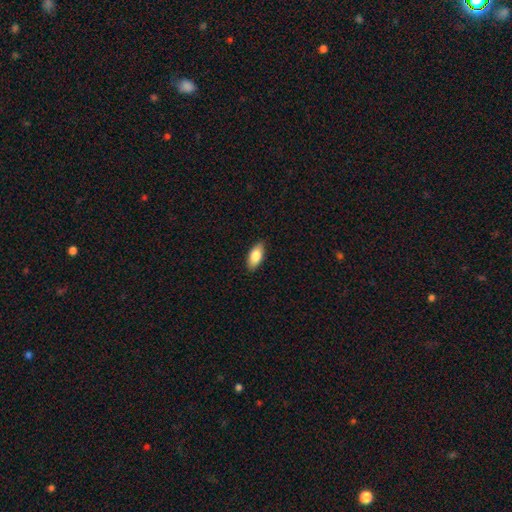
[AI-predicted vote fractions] Morphology: type=smooth (80%); roundness=in between (87%); merging=none (88%).